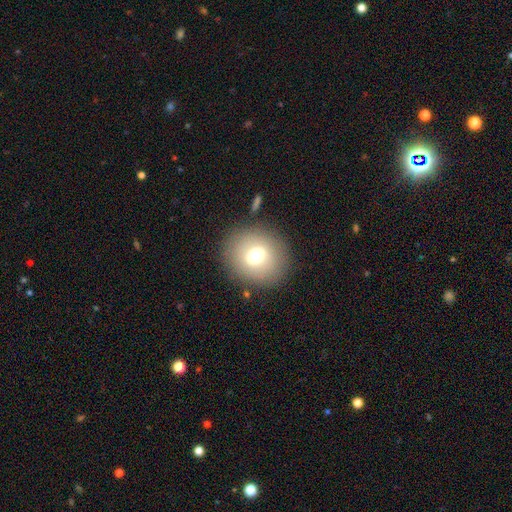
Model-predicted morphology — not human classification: Q: Smooth or featured?
A: smooth (69%); runner-up: featured or disk (20%)
Q: How rounded?
A: round (82%); runner-up: in between (17%)
Q: Merging?
A: none (85%); runner-up: minor disturbance (9%)